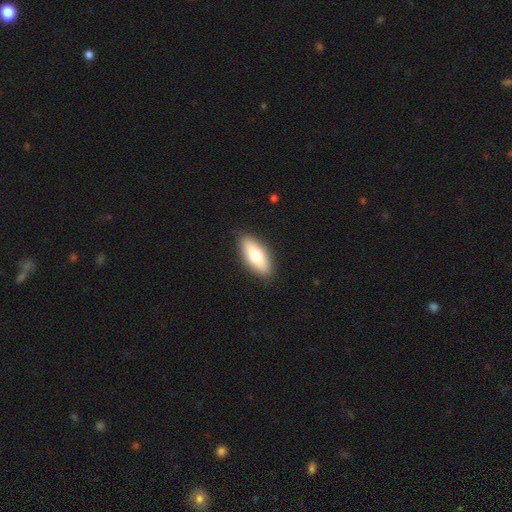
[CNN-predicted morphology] Smooth or featured: smooth — 67% (featured or disk — 27%)
How rounded: in between — 77% (cigar-shaped — 20%)
Merging: none — 88% (minor disturbance — 9%)